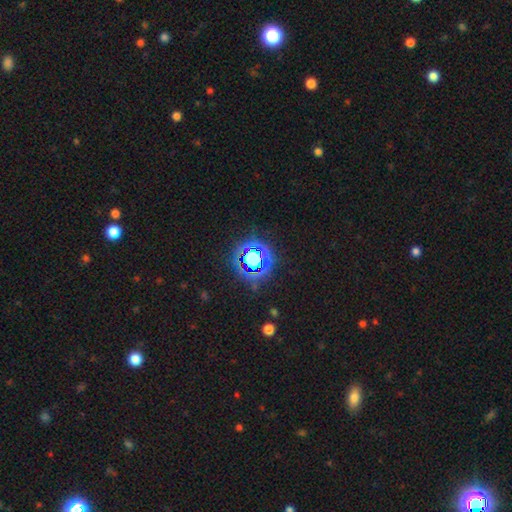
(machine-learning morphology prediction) Smooth or featured? Predicted: star or artifact (p=0.70).